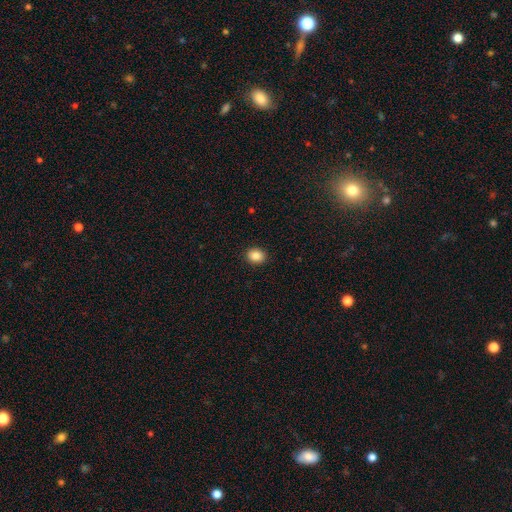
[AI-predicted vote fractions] smooth-or-featured: smooth: 87% | star or artifact: 9% | featured or disk: 4%
  how-rounded: round: 53% | in between: 46% | cigar-shaped: 1%
  merging: none: 91% | minor disturbance: 6% | major disturbance: 2% | merger: 1%